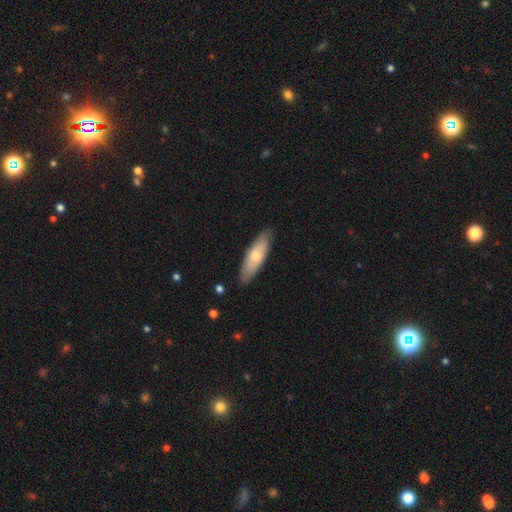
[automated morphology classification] Smooth or featured?
  - smooth: 67% *
  - featured or disk: 28%
  - star or artifact: 5%
How rounded?
  - cigar-shaped: 52% *
  - in between: 46%
  - round: 2%
Merging?
  - none: 85% *
  - minor disturbance: 12%
  - major disturbance: 2%
  - merger: 1%